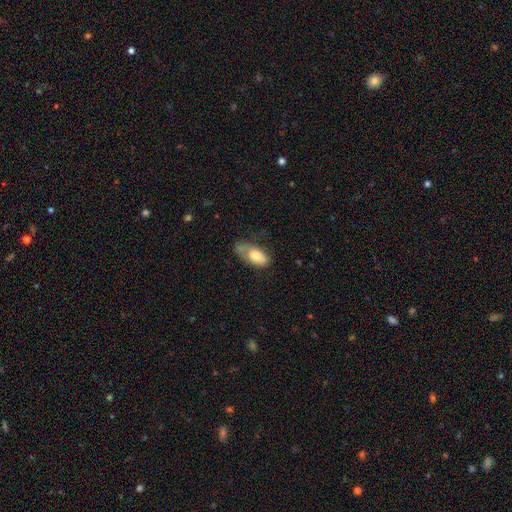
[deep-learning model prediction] Q: Smooth or featured?
A: smooth (72%); runner-up: featured or disk (22%)
Q: How rounded?
A: in between (88%); runner-up: cigar-shaped (8%)
Q: Merging?
A: none (37%); runner-up: minor disturbance (35%)